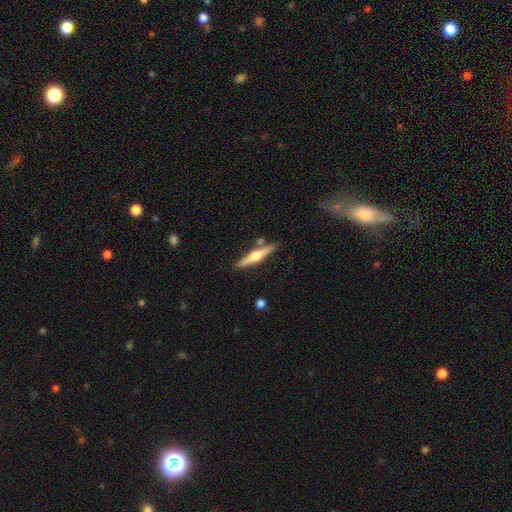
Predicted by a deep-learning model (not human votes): Overall: featured or disk (62%; smooth 32%). Edge-on disk: yes (97%). Edge-on bulge: rounded (92%). Merging: none (83%).